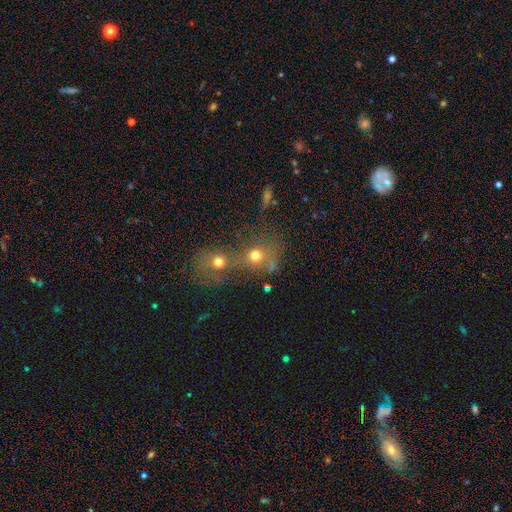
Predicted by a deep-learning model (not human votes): Morphology: type=smooth (67%); roundness=round (79%); merging=merger (60%).